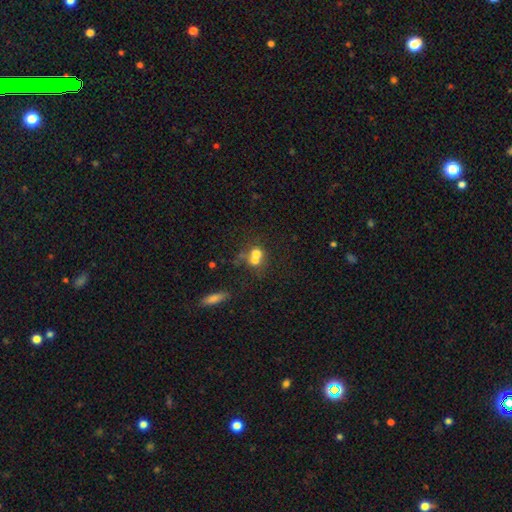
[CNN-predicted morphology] Smooth or featured? Predicted: smooth (p=0.63). How rounded? Predicted: round (p=0.74). Merging? Predicted: merger (p=0.60).